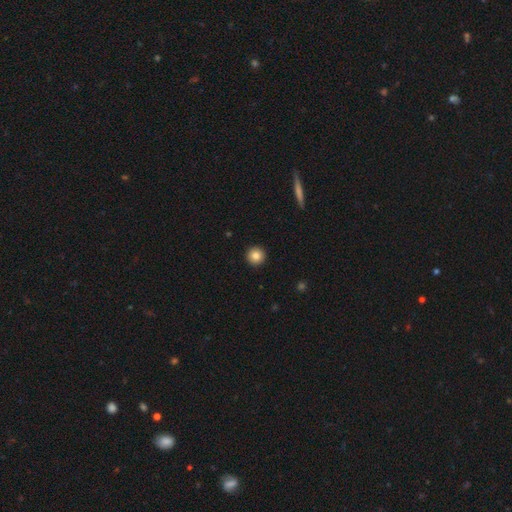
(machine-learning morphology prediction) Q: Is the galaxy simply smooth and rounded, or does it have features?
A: smooth — 85%.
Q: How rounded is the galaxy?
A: round — 96%.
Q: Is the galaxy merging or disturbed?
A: none — 94%.